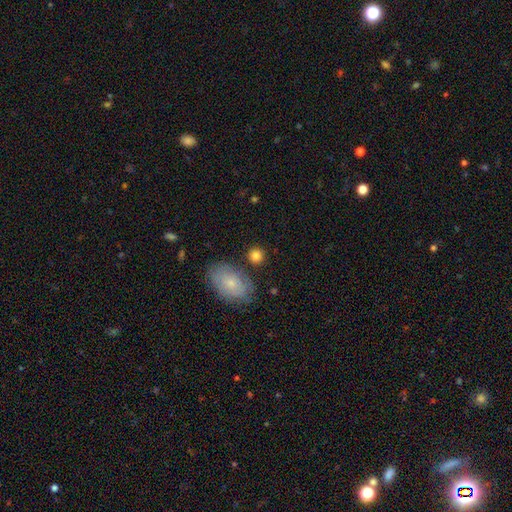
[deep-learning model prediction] Smooth or featured? smooth (83%)
How rounded? round (85%)
Merging? none (79%)